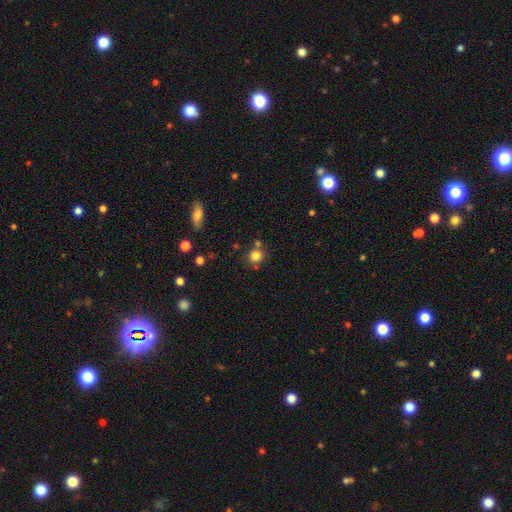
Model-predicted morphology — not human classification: Smooth or featured: smooth — 82% (star or artifact — 12%)
How rounded: round — 89% (in between — 10%)
Merging: none — 72% (merger — 14%)